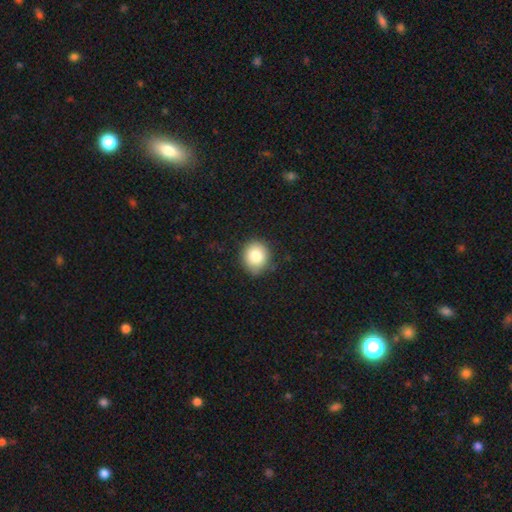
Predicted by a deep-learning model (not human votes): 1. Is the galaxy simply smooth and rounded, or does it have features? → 81% smooth, 10% star or artifact, 9% featured or disk.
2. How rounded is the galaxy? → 82% round, 17% in between, 1% cigar-shaped.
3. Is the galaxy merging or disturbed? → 84% none, 12% minor disturbance, 2% major disturbance, 1% merger.